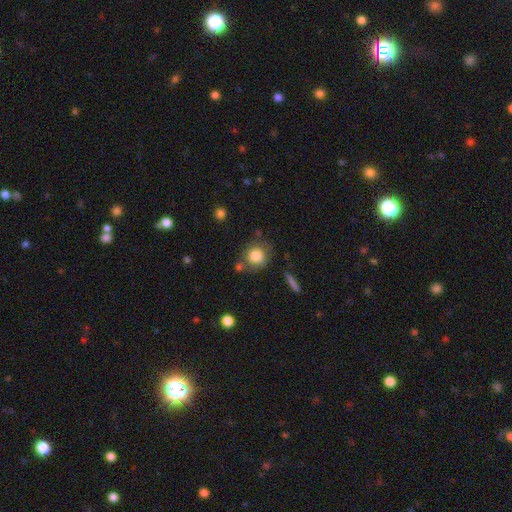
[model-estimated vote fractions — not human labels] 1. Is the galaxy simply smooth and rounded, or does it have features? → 82% smooth, 9% featured or disk, 9% star or artifact.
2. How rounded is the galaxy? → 85% round, 14% in between, 1% cigar-shaped.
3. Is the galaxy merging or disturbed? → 67% none, 16% minor disturbance, 10% merger, 7% major disturbance.